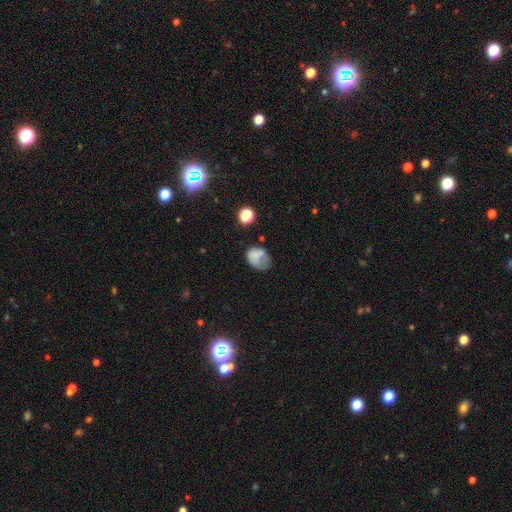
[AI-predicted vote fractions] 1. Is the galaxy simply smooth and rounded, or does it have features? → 67% smooth, 21% featured or disk, 13% star or artifact.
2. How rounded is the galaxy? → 64% in between, 35% round, 1% cigar-shaped.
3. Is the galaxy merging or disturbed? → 38% none, 30% minor disturbance, 25% major disturbance, 6% merger.